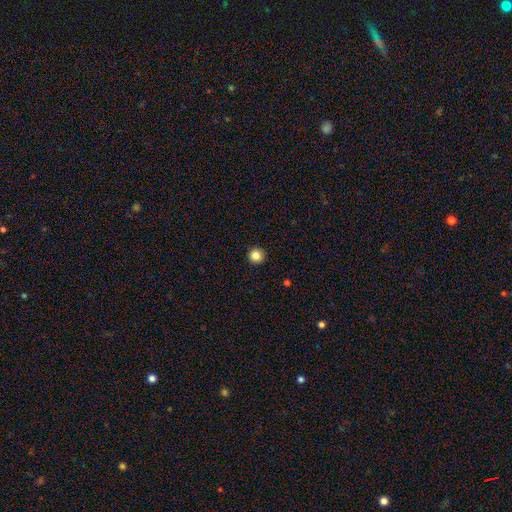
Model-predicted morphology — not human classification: This appears to be a smooth galaxy with no disk features (85%) that is round (95%). Merging: none (93%).